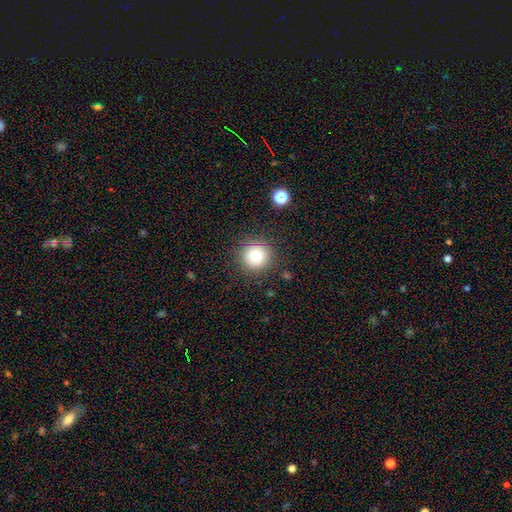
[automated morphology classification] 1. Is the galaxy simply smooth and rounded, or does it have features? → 74% smooth, 14% star or artifact, 12% featured or disk.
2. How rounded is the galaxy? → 95% round, 4% in between, 1% cigar-shaped.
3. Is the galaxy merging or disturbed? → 88% none, 7% minor disturbance, 3% major disturbance, 2% merger.